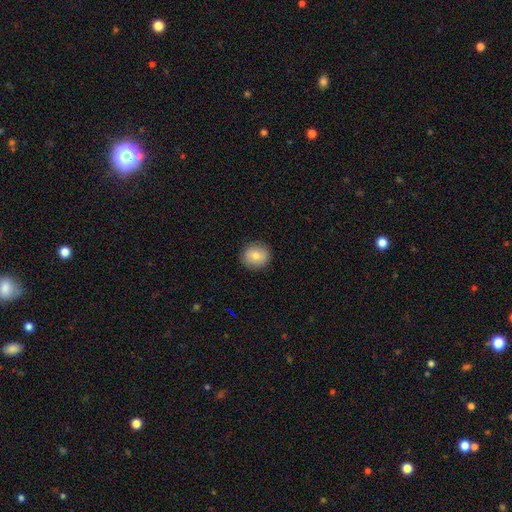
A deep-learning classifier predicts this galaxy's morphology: A smooth galaxy with no disk features (78%) that is round (85%).

Vote fractions:
- Smooth or featured? smooth: 78% / featured or disk: 13% / star or artifact: 9%
- How rounded? round: 85% / in between: 15% / cigar-shaped: 1%
- Merging? none: 90% / minor disturbance: 7% / major disturbance: 2% / merger: 1%